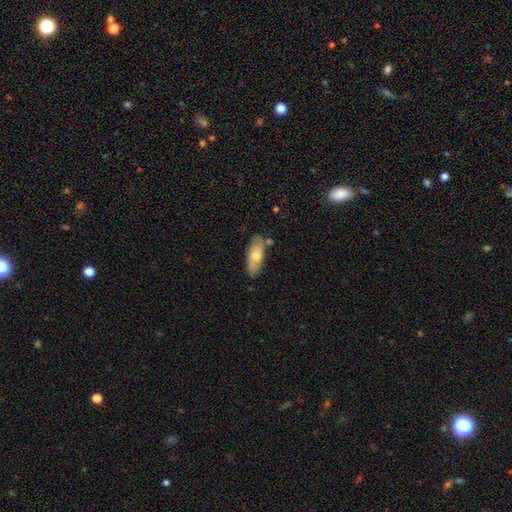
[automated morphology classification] type=smooth (65%); roundness=in between (77%); merging=none (74%).